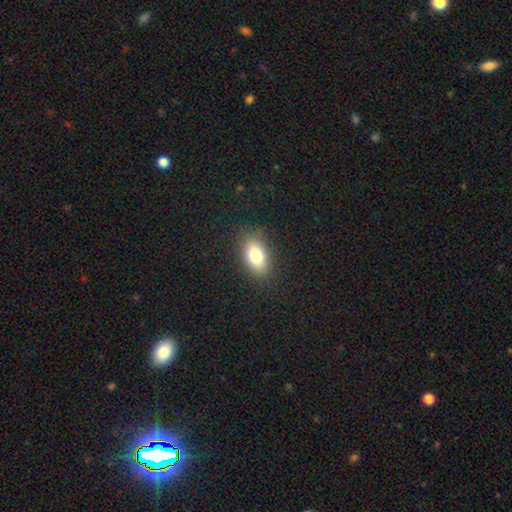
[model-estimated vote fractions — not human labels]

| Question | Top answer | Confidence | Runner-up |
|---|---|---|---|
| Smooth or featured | smooth | 78% | featured or disk (13%) |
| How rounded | in between | 86% | round (9%) |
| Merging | none | 86% | minor disturbance (10%) |